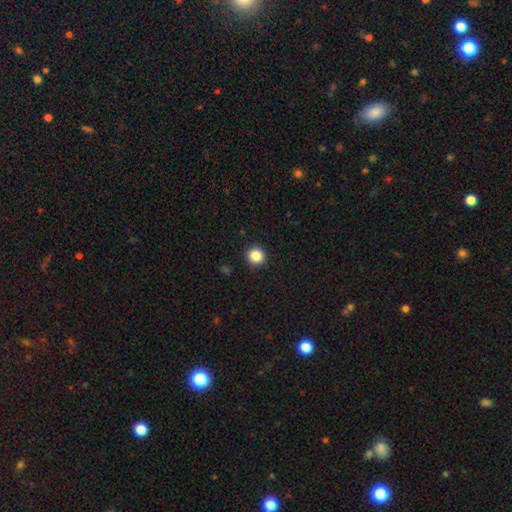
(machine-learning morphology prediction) type=smooth (87%); roundness=round (92%); merging=none (91%).